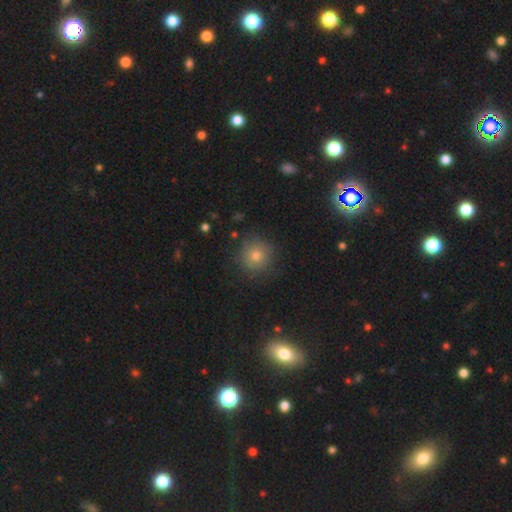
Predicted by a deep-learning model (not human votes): Q: Smooth or featured?
A: smooth (68%); runner-up: star or artifact (21%)
Q: How rounded?
A: round (94%); runner-up: in between (5%)
Q: Merging?
A: none (86%); runner-up: minor disturbance (9%)